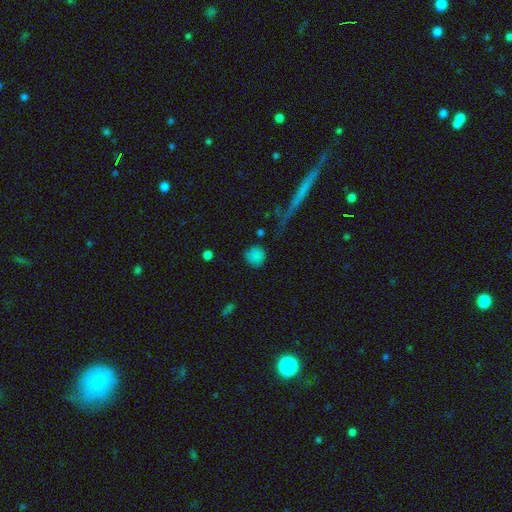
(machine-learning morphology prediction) Q: Smooth or featured?
A: smooth (81%); runner-up: star or artifact (12%)
Q: How rounded?
A: round (91%); runner-up: in between (8%)
Q: Merging?
A: none (79%); runner-up: minor disturbance (13%)